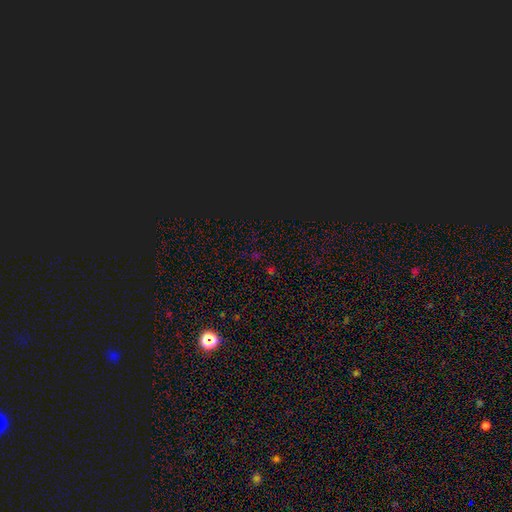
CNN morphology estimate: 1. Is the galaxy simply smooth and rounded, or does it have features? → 69% star or artifact, 24% smooth, 7% featured or disk.